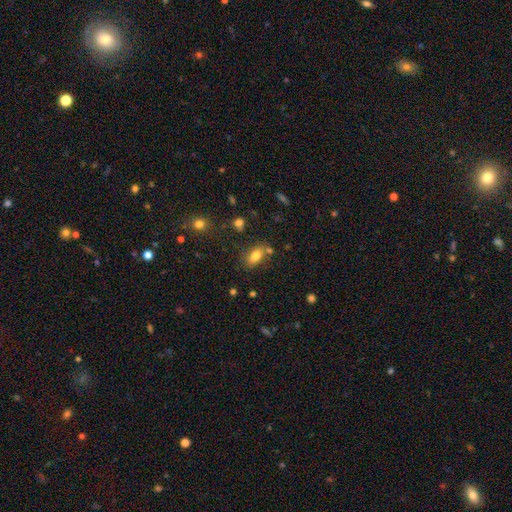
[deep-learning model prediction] This is likely a smooth galaxy (79%). How rounded: clearly in between (87%). Merging: likely none (70%).